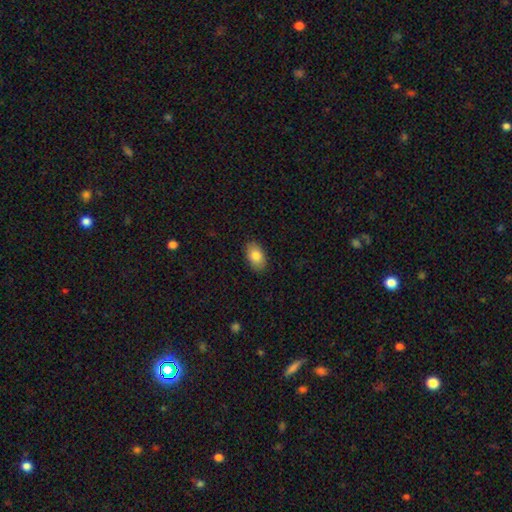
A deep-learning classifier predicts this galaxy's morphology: Q: Smooth or featured?
A: smooth (82%); runner-up: featured or disk (11%)
Q: How rounded?
A: in between (92%); runner-up: round (6%)
Q: Merging?
A: none (89%); runner-up: minor disturbance (8%)